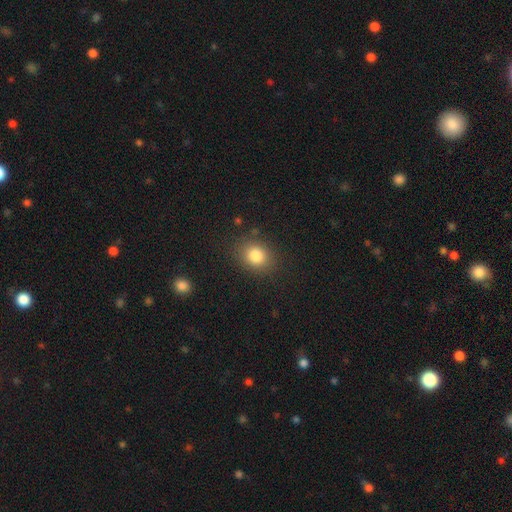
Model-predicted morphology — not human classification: A smooth galaxy with no disk features (82%) that is round (54%).

Vote fractions:
- Smooth or featured? smooth: 82% / star or artifact: 11% / featured or disk: 7%
- How rounded? round: 54% / in between: 45% / cigar-shaped: 1%
- Merging? none: 84% / minor disturbance: 11% / major disturbance: 4% / merger: 2%